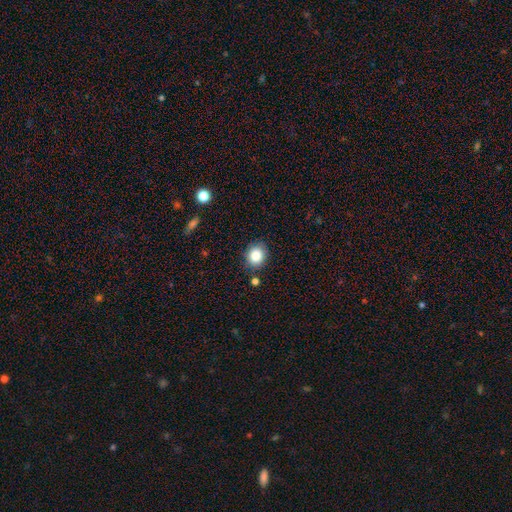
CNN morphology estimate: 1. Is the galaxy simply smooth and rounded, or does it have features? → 85% smooth, 9% star or artifact, 6% featured or disk.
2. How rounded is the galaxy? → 65% round, 34% in between, 1% cigar-shaped.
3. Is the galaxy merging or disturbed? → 84% none, 11% minor disturbance, 3% merger, 3% major disturbance.